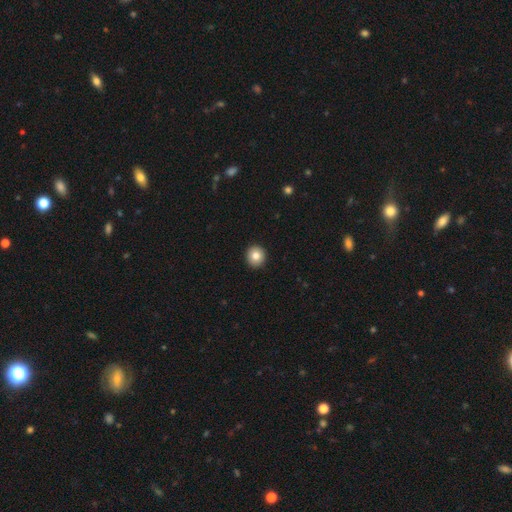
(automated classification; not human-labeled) Smooth or featured?
  - smooth: 83% *
  - star or artifact: 9%
  - featured or disk: 8%
How rounded?
  - round: 90% *
  - in between: 9%
  - cigar-shaped: 1%
Merging?
  - none: 93% *
  - minor disturbance: 5%
  - major disturbance: 1%
  - merger: 1%